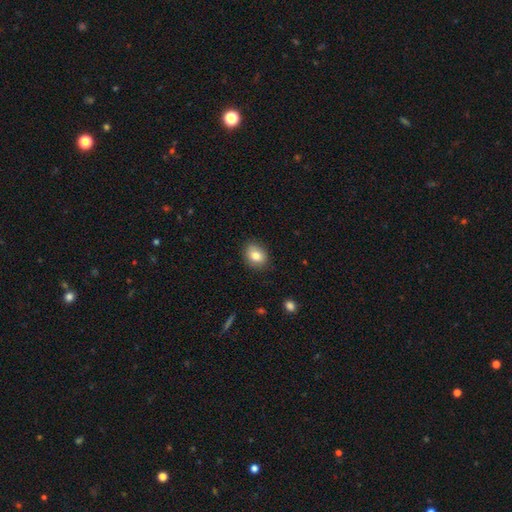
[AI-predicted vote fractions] Smooth or featured: smooth — 81% (featured or disk — 10%)
How rounded: in between — 55% (round — 44%)
Merging: none — 86% (minor disturbance — 11%)